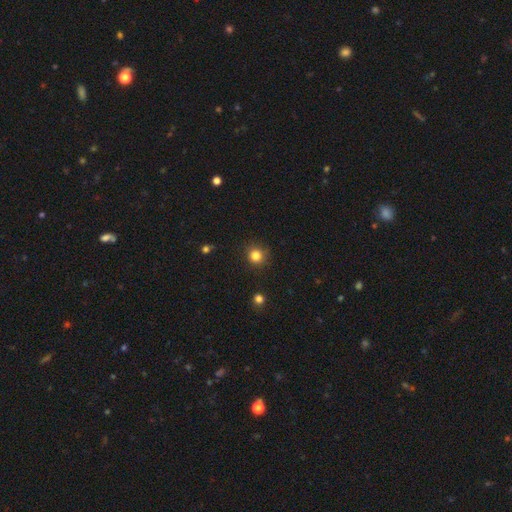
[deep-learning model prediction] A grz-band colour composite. It shows a smooth galaxy with no disk features (83%) that is round (92%). Merging: none (87%).